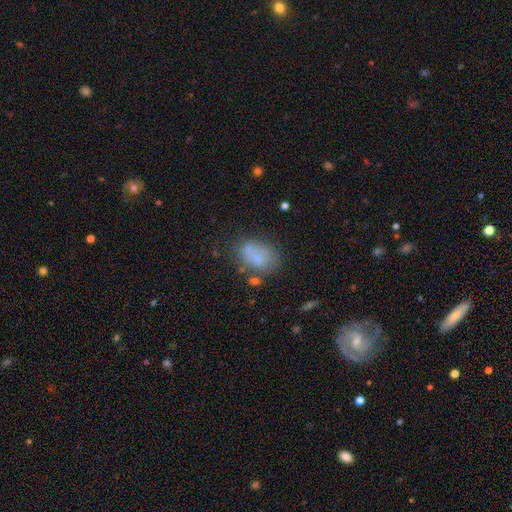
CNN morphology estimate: Smooth or featured: smooth — 67% (featured or disk — 20%)
How rounded: in between — 72% (round — 26%)
Merging: none — 50% (minor disturbance — 22%)